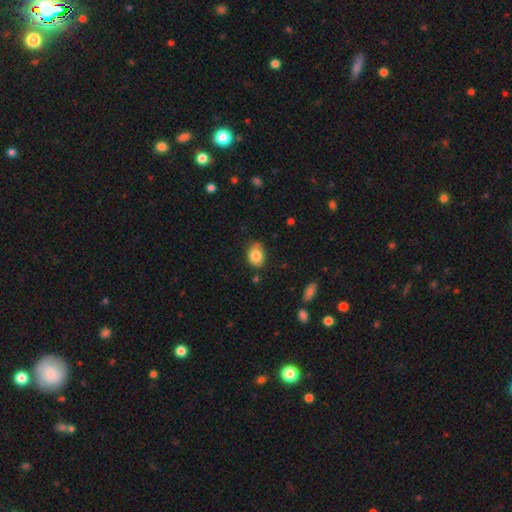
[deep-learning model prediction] Overall: smooth (84%). How rounded: in between (70%). Merging: none (73%).